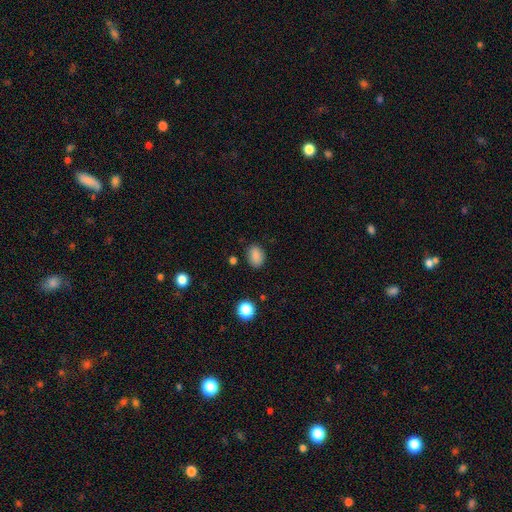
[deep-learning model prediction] Q: Smooth or featured?
A: smooth (86%); runner-up: star or artifact (10%)
Q: How rounded?
A: in between (79%); runner-up: round (20%)
Q: Merging?
A: none (83%); runner-up: minor disturbance (12%)